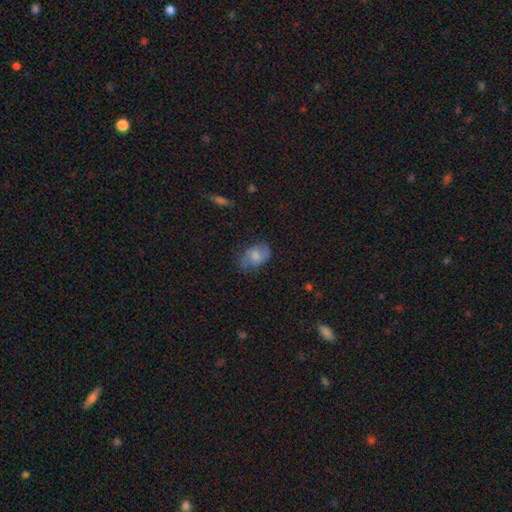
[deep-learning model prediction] smooth_or_featured: smooth (p=0.61) [alt: featured or disk p=0.30]
how_rounded: in between (p=0.82) [alt: round p=0.16]
merging: none (p=0.60) [alt: minor disturbance p=0.27]